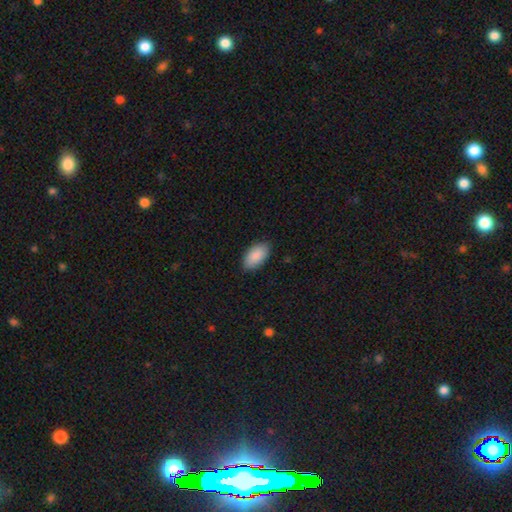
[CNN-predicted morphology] smooth_or_featured: smooth (p=0.90) [alt: star or artifact p=0.06]
how_rounded: in between (p=0.95) [alt: round p=0.03]
merging: none (p=0.85) [alt: minor disturbance p=0.12]